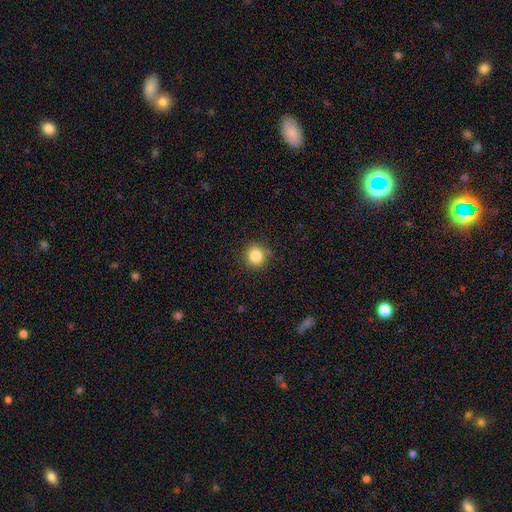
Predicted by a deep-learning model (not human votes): A smooth galaxy with no disk features (84%) that is round (89%).

Vote fractions:
- Smooth or featured? smooth: 84% / star or artifact: 11% / featured or disk: 5%
- How rounded? round: 89% / in between: 10% / cigar-shaped: 1%
- Merging? none: 87% / minor disturbance: 9% / major disturbance: 2% / merger: 2%